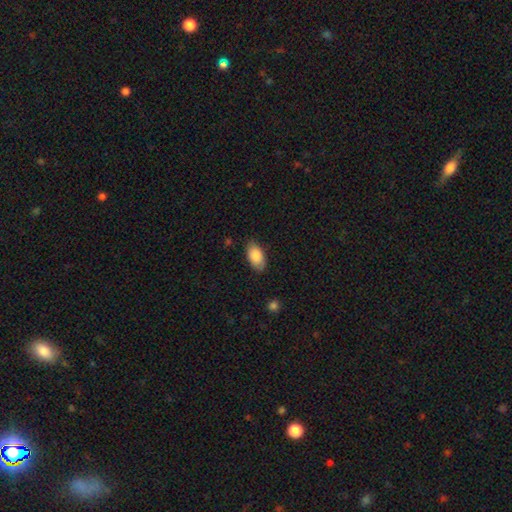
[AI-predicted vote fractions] smooth-or-featured: smooth: 87% | featured or disk: 6% | star or artifact: 6%
  how-rounded: in between: 94% | round: 4% | cigar-shaped: 2%
  merging: none: 80% | minor disturbance: 15% | major disturbance: 3% | merger: 1%